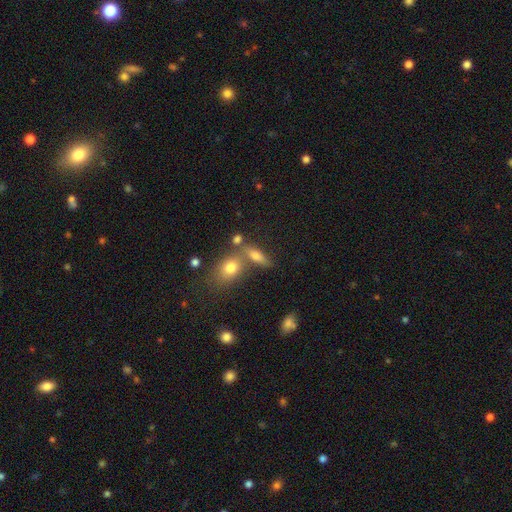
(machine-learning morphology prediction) smooth 71%, featured or disk 17%, star or artifact 11%. Down the decision tree: how rounded — in between (63%); merging — none (52%).